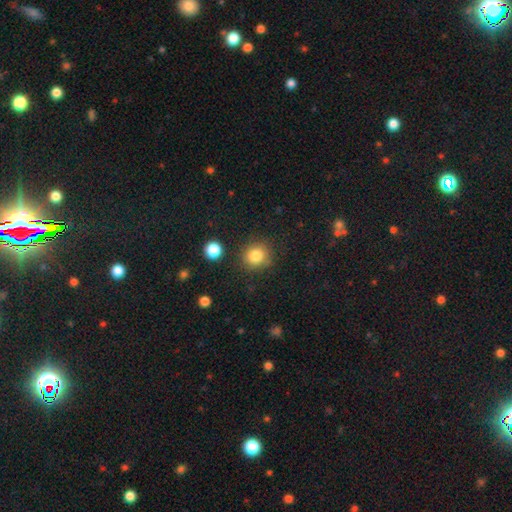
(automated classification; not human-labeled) This appears to be a smooth galaxy with no disk features (83%) that is round (86%). Merging: none (84%).